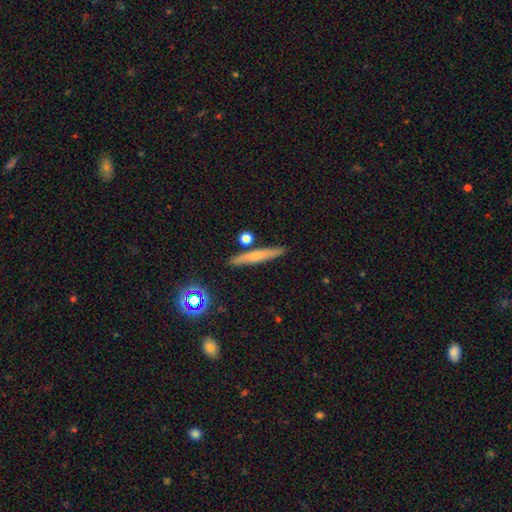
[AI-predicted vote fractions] Smooth or featured: smooth — 56% (featured or disk — 35%)
How rounded: cigar-shaped — 92% (in between — 5%)
Merging: none — 85% (minor disturbance — 8%)